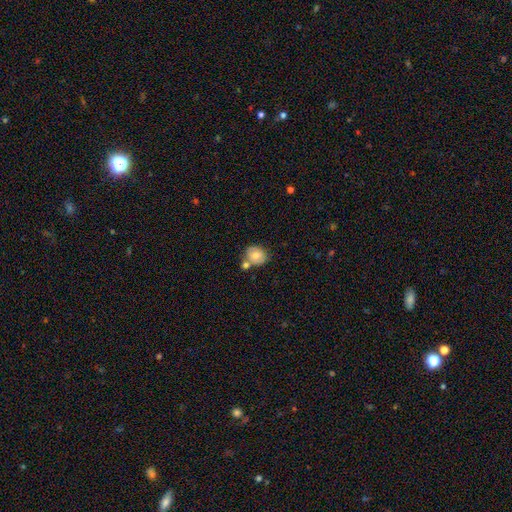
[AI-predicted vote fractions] smooth_or_featured: smooth (p=0.72) [alt: featured or disk p=0.20]
how_rounded: round (p=0.62) [alt: in between p=0.37]
merging: none (p=0.54) [alt: merger p=0.26]